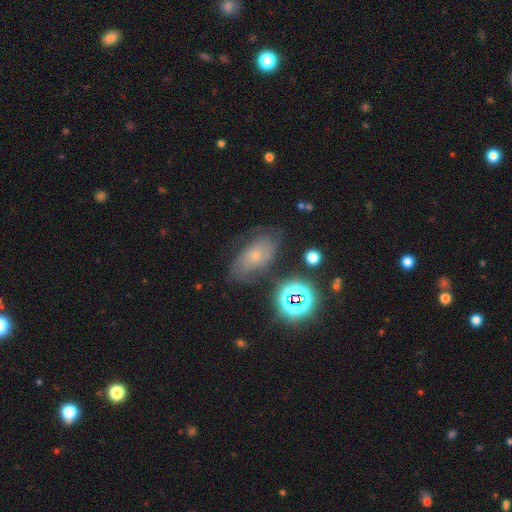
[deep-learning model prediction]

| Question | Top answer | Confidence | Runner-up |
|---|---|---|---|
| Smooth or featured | featured or disk | 44% | smooth (38%) |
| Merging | none | 62% | minor disturbance (24%) |